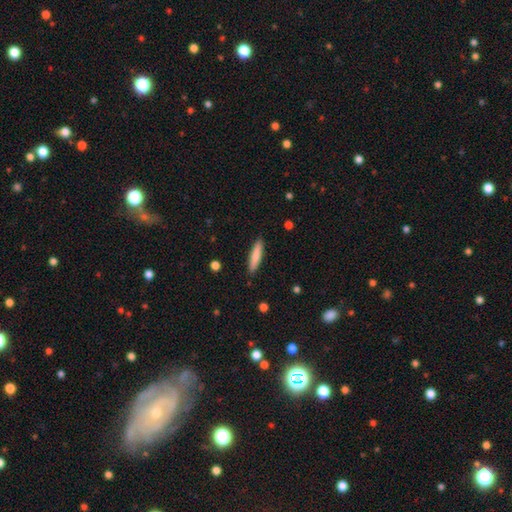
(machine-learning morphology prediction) smooth 80%, featured or disk 14%, star or artifact 6%. Down the decision tree: how rounded — cigar-shaped (85%); merging — none (89%).